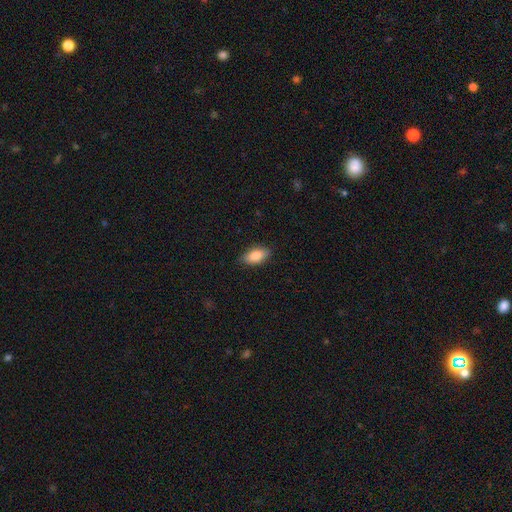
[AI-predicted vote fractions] Smooth or featured? Predicted: smooth (p=0.86). How rounded? Predicted: in between (p=0.91). Merging? Predicted: none (p=0.84).